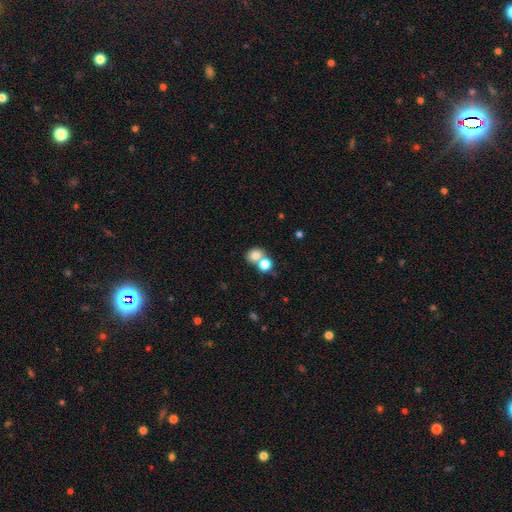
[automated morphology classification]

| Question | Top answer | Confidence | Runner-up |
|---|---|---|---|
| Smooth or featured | smooth | 77% | featured or disk (12%) |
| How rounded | round | 70% | in between (29%) |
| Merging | merger | 50% | none (40%) |